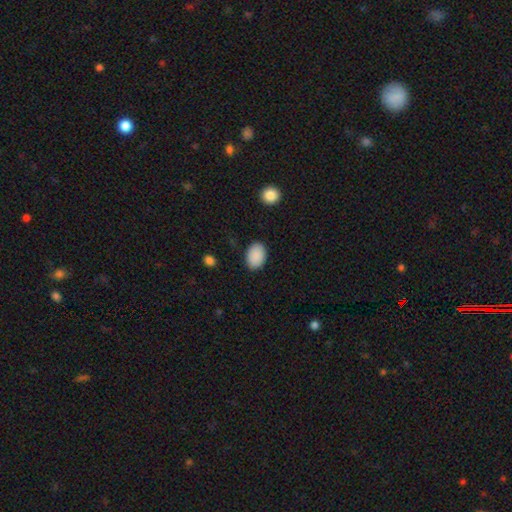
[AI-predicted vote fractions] A smooth galaxy with no disk features (90%) that is in between round and cigar-shaped (85%).

Vote fractions:
- Smooth or featured? smooth: 90% / star or artifact: 7% / featured or disk: 3%
- How rounded? in between: 85% / round: 14% / cigar-shaped: 1%
- Merging? none: 88% / minor disturbance: 9% / major disturbance: 2% / merger: 1%